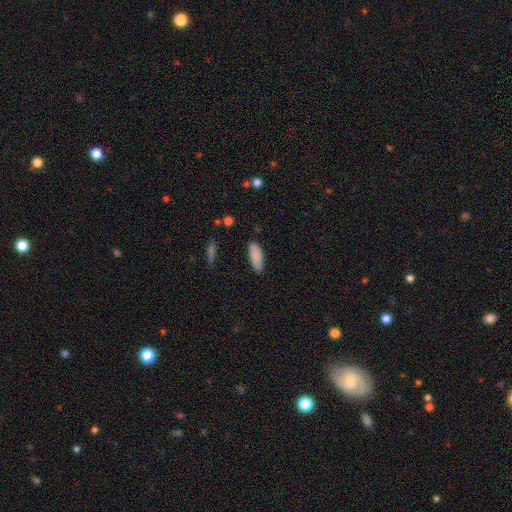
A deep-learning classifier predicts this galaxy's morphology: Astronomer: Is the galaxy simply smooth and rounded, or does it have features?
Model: smooth — 87%.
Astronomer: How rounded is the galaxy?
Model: in between — 78%.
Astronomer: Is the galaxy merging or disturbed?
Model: none — 83%.